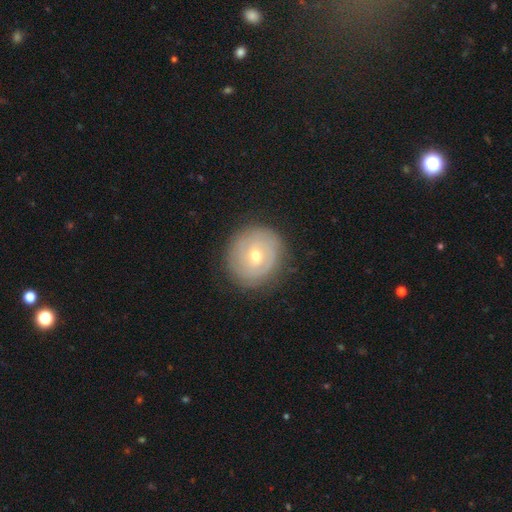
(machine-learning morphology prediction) Smooth or featured?
  - featured or disk: 63% *
  - smooth: 29%
  - star or artifact: 8%
Edge-on disk?
  - no: 97% *
  - yes: 3%
Bar?
  - no: 57% *
  - weak: 35%
  - strong: 8%
Spiral arms?
  - yes: 73% *
  - no: 27%
Bulge size?
  - moderate: 55% *
  - small: 41%
  - large: 2%
  - dominant: 1%
  - none: 1%
Merging?
  - none: 84% *
  - minor disturbance: 11%
  - major disturbance: 4%
  - merger: 1%